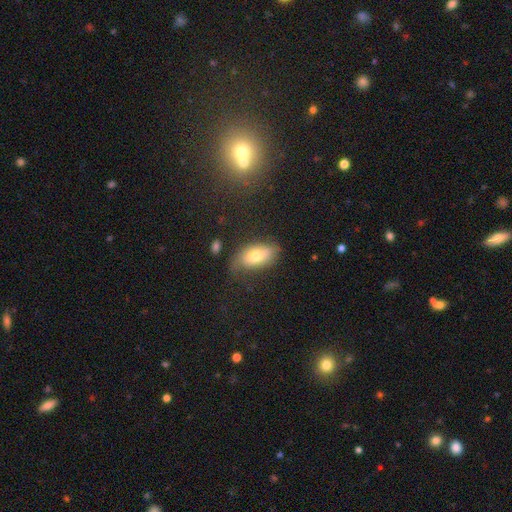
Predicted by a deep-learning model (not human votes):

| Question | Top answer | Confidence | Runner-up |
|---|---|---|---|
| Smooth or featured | smooth | 68% | featured or disk (25%) |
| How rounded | in between | 92% | round (5%) |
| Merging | none | 60% | minor disturbance (27%) |